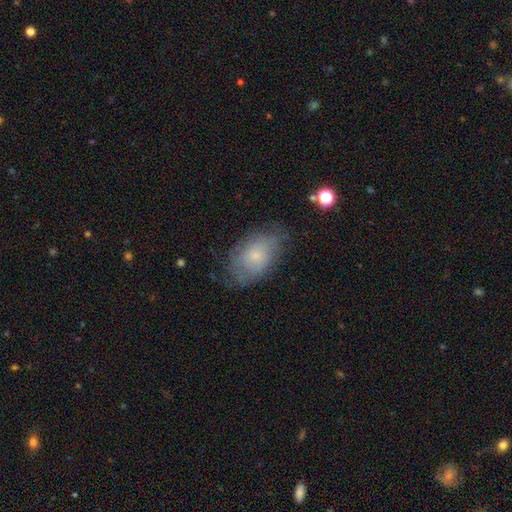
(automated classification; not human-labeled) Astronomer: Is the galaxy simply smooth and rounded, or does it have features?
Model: smooth — 57% (runner-up: featured or disk, 35%).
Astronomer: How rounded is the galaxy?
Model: in between — 88%.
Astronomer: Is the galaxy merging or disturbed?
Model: none — 63%.